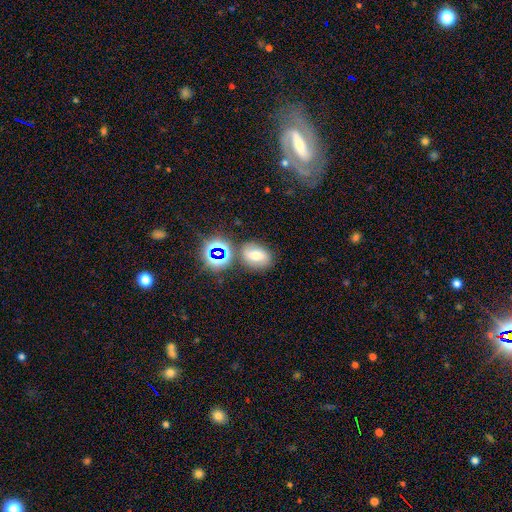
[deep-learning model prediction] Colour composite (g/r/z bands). It shows a smooth galaxy with no disk features (56%) that is in between round and cigar-shaped (61%). Merging: none (73%).